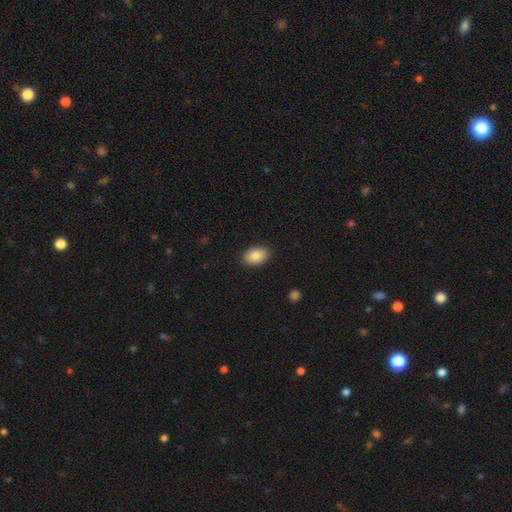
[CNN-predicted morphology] Smooth or featured?
  - smooth: 88% *
  - star or artifact: 7%
  - featured or disk: 6%
How rounded?
  - in between: 90% *
  - round: 9%
  - cigar-shaped: 1%
Merging?
  - none: 89% *
  - minor disturbance: 8%
  - major disturbance: 2%
  - merger: 1%